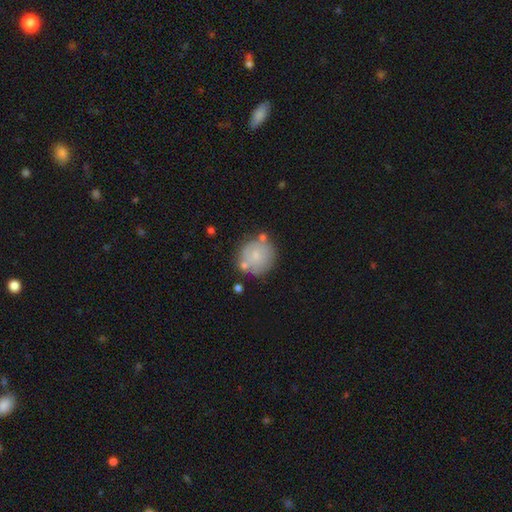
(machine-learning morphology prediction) Smooth or featured?
  - smooth: 56% *
  - featured or disk: 36%
  - star or artifact: 8%
How rounded?
  - round: 88% *
  - in between: 11%
  - cigar-shaped: 1%
Merging?
  - none: 63% *
  - minor disturbance: 19%
  - merger: 11%
  - major disturbance: 7%